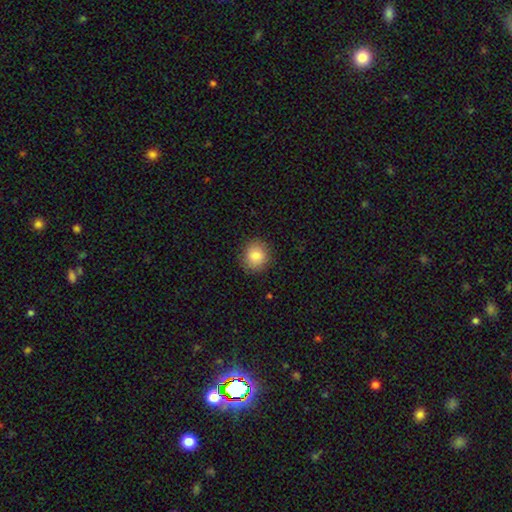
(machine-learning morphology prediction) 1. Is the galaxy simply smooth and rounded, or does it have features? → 86% smooth, 8% star or artifact, 6% featured or disk.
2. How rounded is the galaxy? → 83% round, 17% in between, 1% cigar-shaped.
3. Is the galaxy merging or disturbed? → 87% none, 9% minor disturbance, 3% major disturbance, 1% merger.